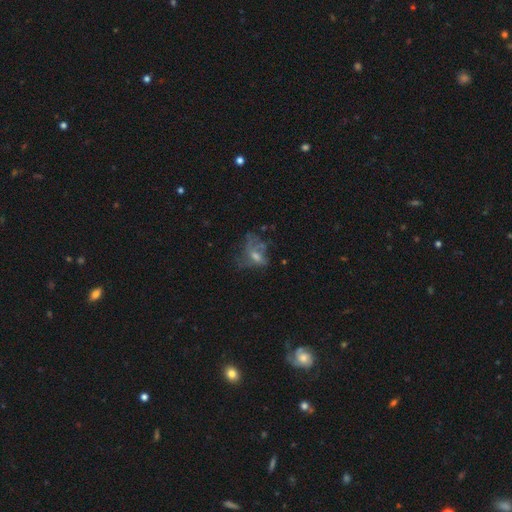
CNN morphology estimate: This is possibly a featured or disk galaxy (49%). Merging: marginally major disturbance (38%, tied with none).